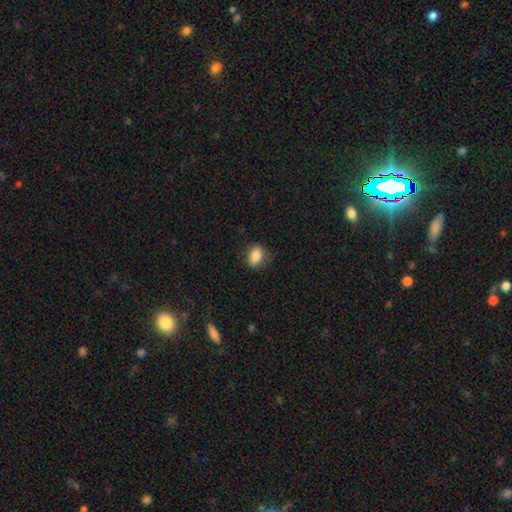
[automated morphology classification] Q: Smooth or featured?
A: smooth (84%); runner-up: star or artifact (8%)
Q: How rounded?
A: in between (79%); runner-up: round (19%)
Q: Merging?
A: none (78%); runner-up: minor disturbance (16%)